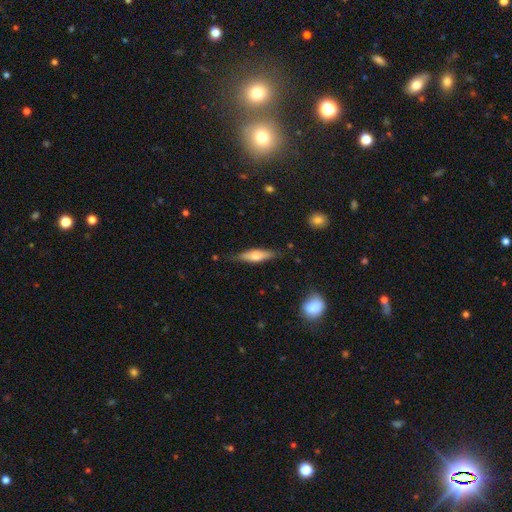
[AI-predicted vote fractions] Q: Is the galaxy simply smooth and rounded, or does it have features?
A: smooth — 56%.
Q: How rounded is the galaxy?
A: cigar-shaped — 62%.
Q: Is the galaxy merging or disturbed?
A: none — 78%.